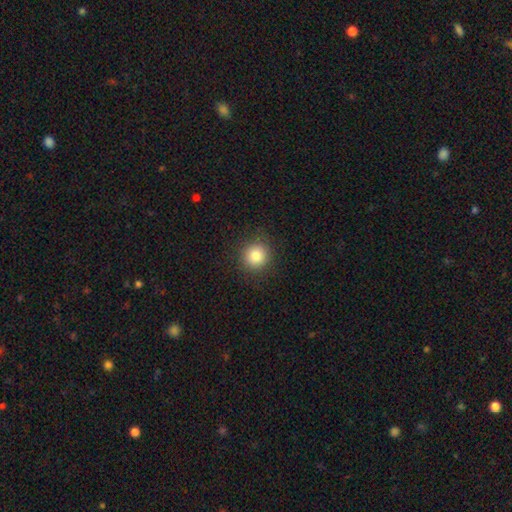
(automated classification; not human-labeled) smooth 82%, star or artifact 11%, featured or disk 7%. Down the decision tree: how rounded — round (92%); merging — none (89%).